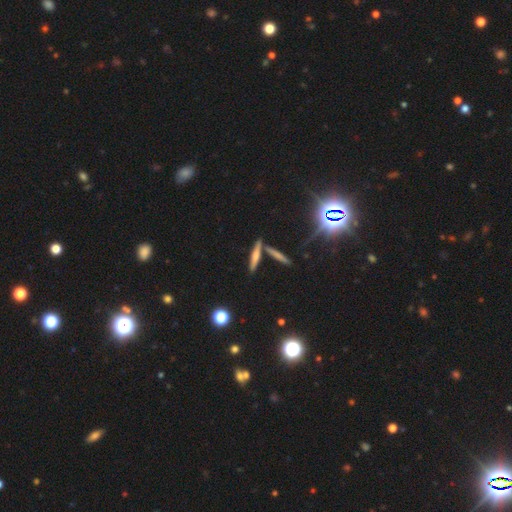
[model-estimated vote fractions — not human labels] Overall: smooth (50%; featured or disk 35%). How rounded: cigar-shaped (85%). Merging: none (72%).